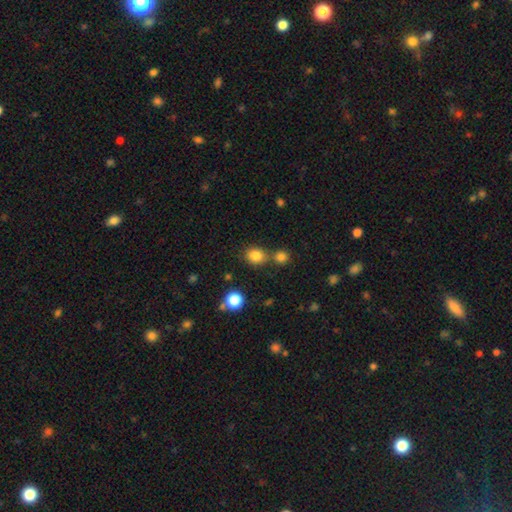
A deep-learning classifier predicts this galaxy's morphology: smooth 82%, star or artifact 13%, featured or disk 5%. Down the decision tree: how rounded — round (70%); merging — none (66%).